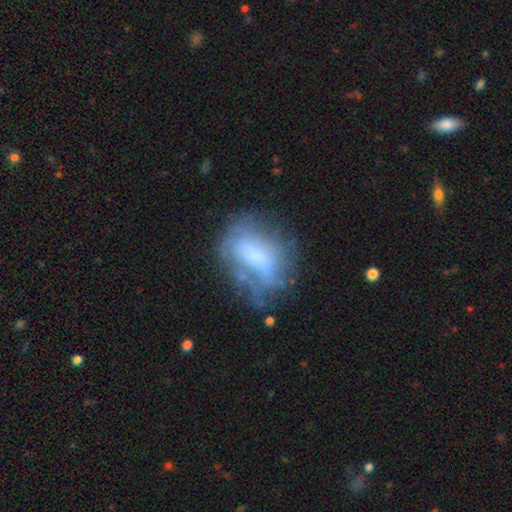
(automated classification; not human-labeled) A smooth galaxy with no disk features (46%). Merging: none (41%).